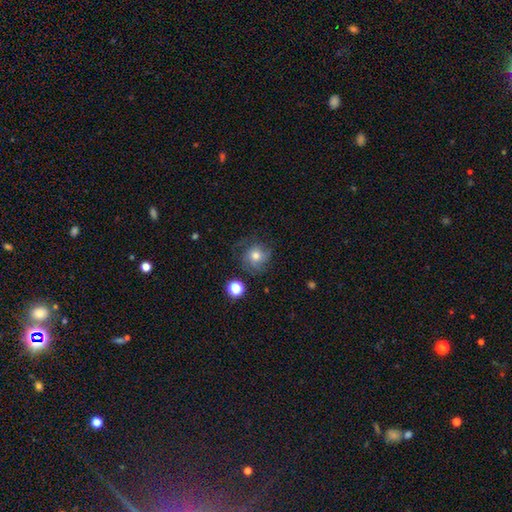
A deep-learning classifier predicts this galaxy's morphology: smooth_or_featured: smooth (p=0.49) [alt: featured or disk p=0.36]
merging: none (p=0.65) [alt: minor disturbance p=0.20]